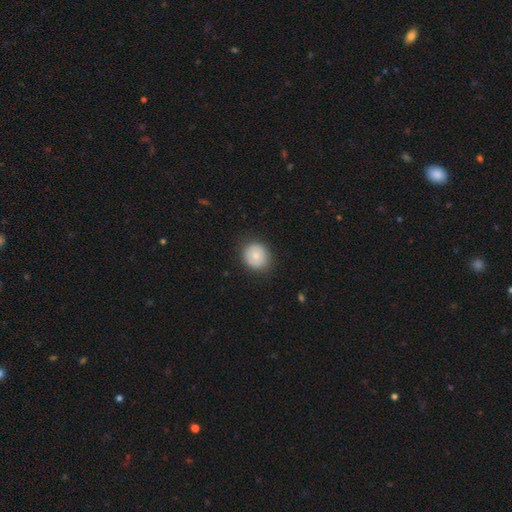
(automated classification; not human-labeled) Smooth or featured?
  - smooth: 74% *
  - featured or disk: 19%
  - star or artifact: 7%
How rounded?
  - round: 83% *
  - in between: 16%
  - cigar-shaped: 1%
Merging?
  - none: 83% *
  - minor disturbance: 13%
  - major disturbance: 3%
  - merger: 1%